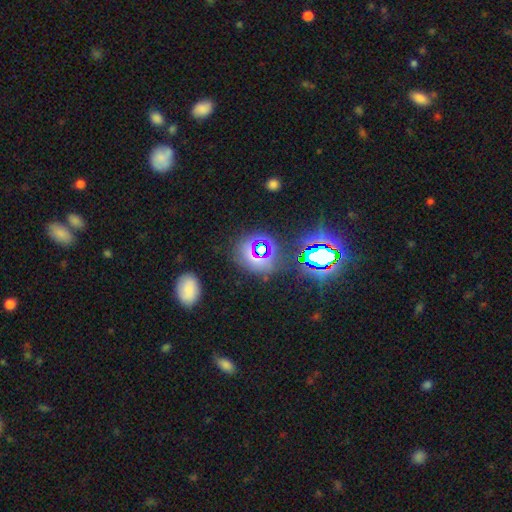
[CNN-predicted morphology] Overall: star or artifact (65%).